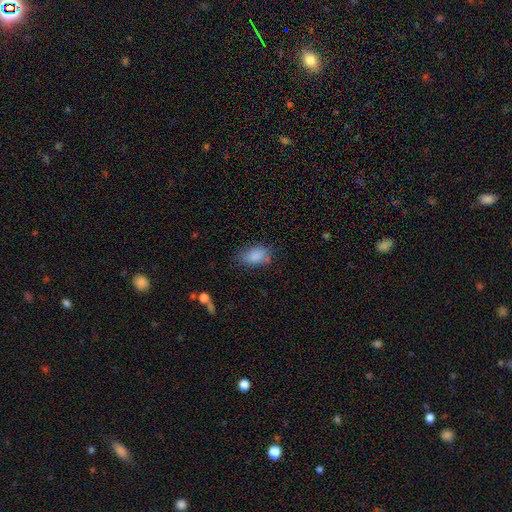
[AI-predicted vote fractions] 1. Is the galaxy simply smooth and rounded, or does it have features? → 85% smooth, 8% star or artifact, 7% featured or disk.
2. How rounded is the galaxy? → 89% in between, 8% round, 2% cigar-shaped.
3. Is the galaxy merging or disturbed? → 65% none, 25% minor disturbance, 8% major disturbance, 2% merger.